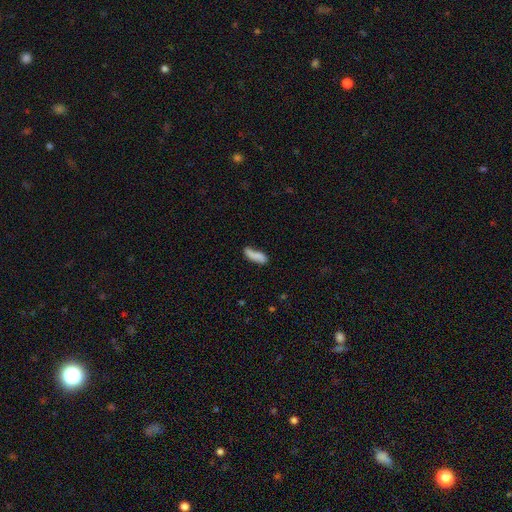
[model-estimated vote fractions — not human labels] smooth 76%, featured or disk 17%, star or artifact 8%. Down the decision tree: how rounded — in between (51%); merging — none (57%).